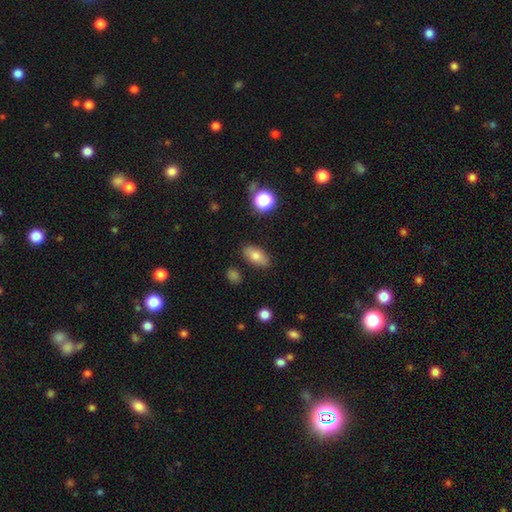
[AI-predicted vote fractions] smooth 76%, featured or disk 15%, star or artifact 9%. Down the decision tree: how rounded — in between (87%); merging — none (85%).